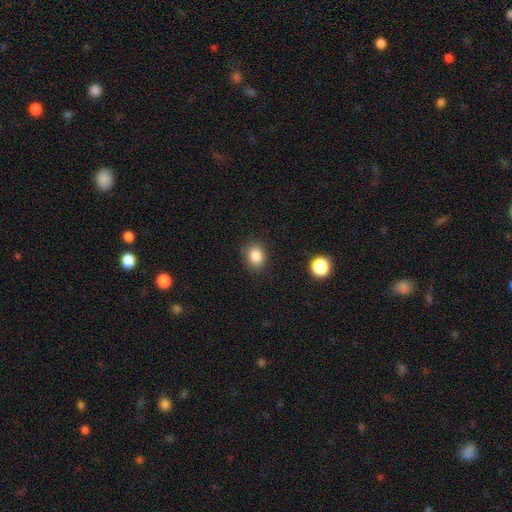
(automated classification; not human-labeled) smooth_or_featured: smooth (p=0.85) [alt: star or artifact p=0.10]
how_rounded: round (p=0.53) [alt: in between p=0.46]
merging: none (p=0.84) [alt: minor disturbance p=0.11]